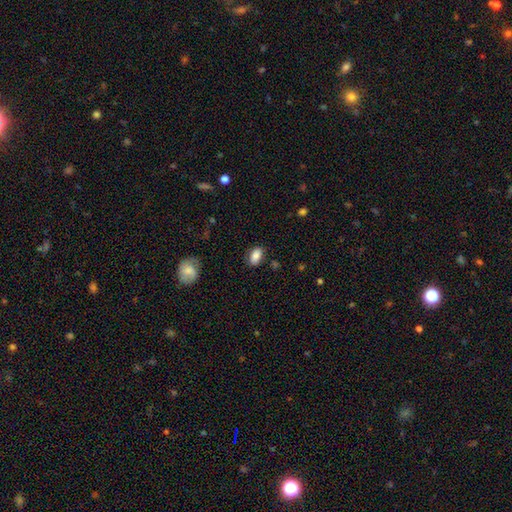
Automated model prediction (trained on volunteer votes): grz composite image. It shows a smooth galaxy with no disk features (85%) that is in between round and cigar-shaped (90%). Merging: none (83%).